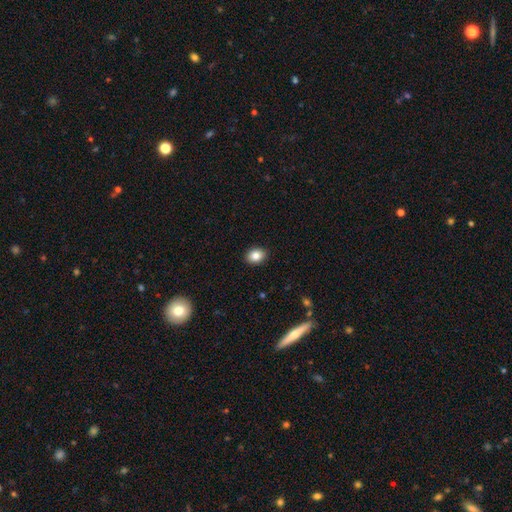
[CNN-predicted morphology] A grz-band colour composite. It shows a smooth galaxy with no disk features (84%) that is in between round and cigar-shaped (64%). Merging: none (90%).